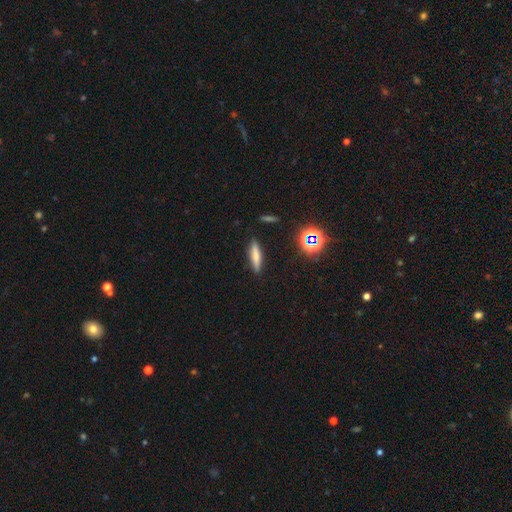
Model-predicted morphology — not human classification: This appears to be a smooth galaxy with no disk features (64%) that is cigar-shaped (78%). Merging: none (88%).